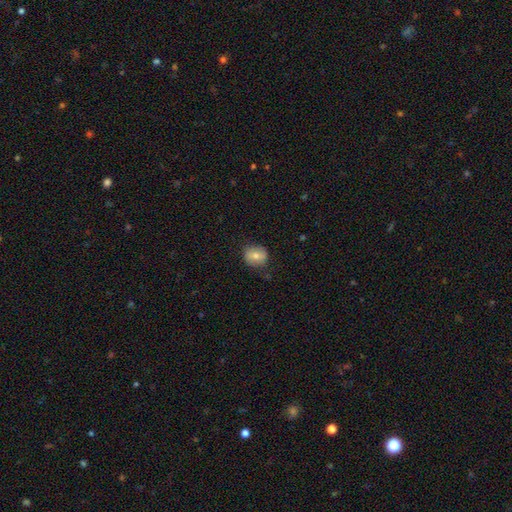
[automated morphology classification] smooth-or-featured: smooth: 71% | featured or disk: 20% | star or artifact: 9%
  how-rounded: round: 71% | in between: 28% | cigar-shaped: 1%
  merging: none: 76% | minor disturbance: 18% | major disturbance: 5% | merger: 1%